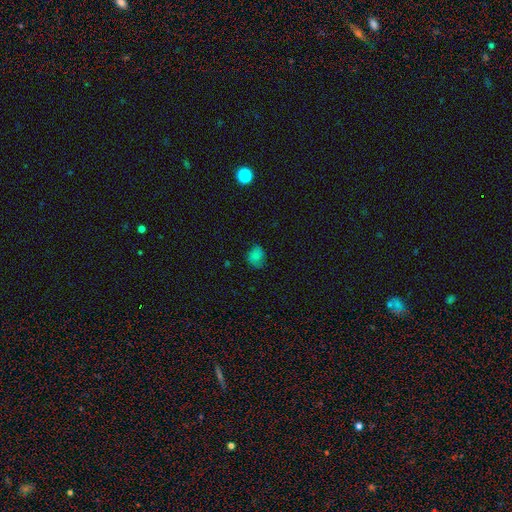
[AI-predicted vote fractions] Smooth or featured? smooth (78%)
How rounded? round (59%)
Merging? none (70%)